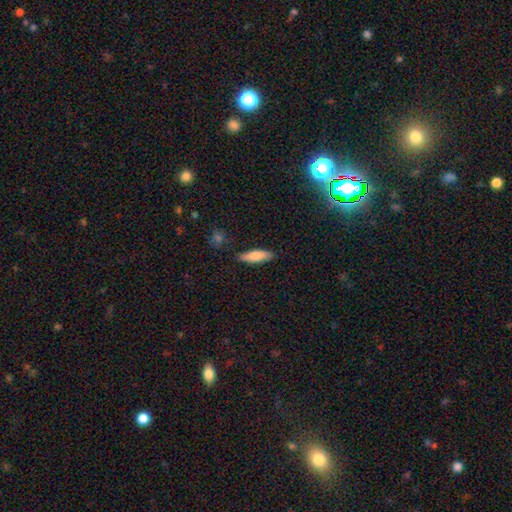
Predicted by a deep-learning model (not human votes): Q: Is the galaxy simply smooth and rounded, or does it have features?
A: smooth — 79%.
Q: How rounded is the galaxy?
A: cigar-shaped — 51%.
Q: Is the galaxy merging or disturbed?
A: none — 85%.